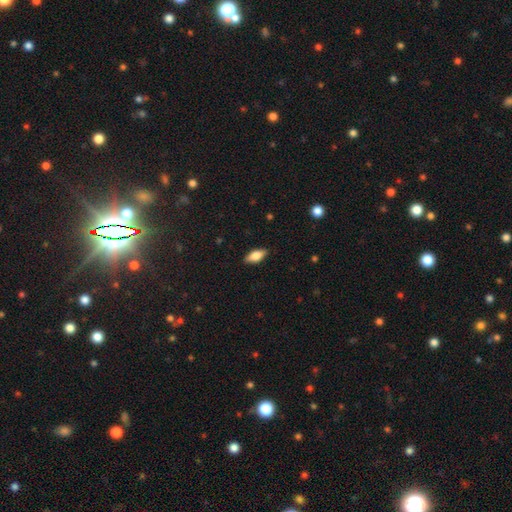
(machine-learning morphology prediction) Smooth or featured? Predicted: smooth (p=0.75). How rounded? Predicted: in between (p=0.84). Merging? Predicted: none (p=0.87).